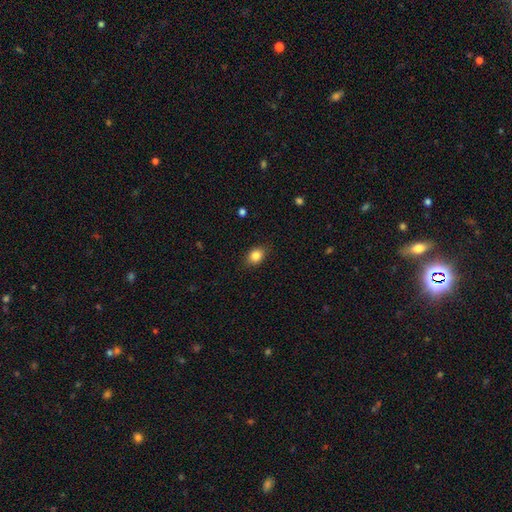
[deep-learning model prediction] Morphology: type=smooth (85%); roundness=in between (61%); merging=none (85%).